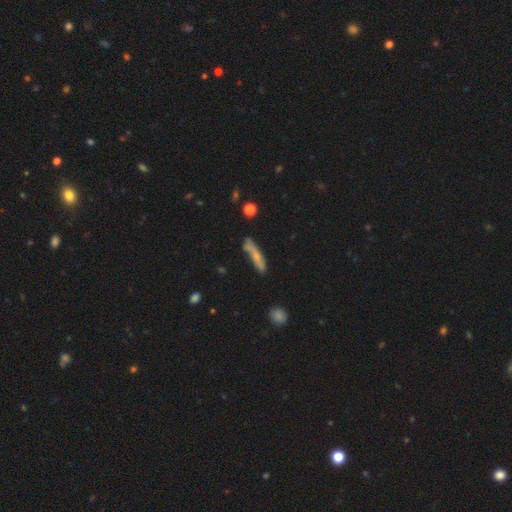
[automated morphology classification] smooth_or_featured: smooth (p=0.60) [alt: featured or disk p=0.32]
how_rounded: cigar-shaped (p=0.83) [alt: in between p=0.14]
merging: none (p=0.57) [alt: minor disturbance p=0.25]